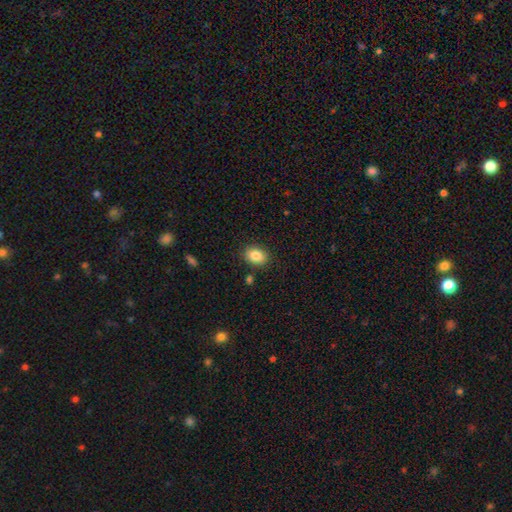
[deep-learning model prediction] This is clearly a smooth galaxy (85%). How rounded: likely in between (71%). Merging: clearly none (85%).